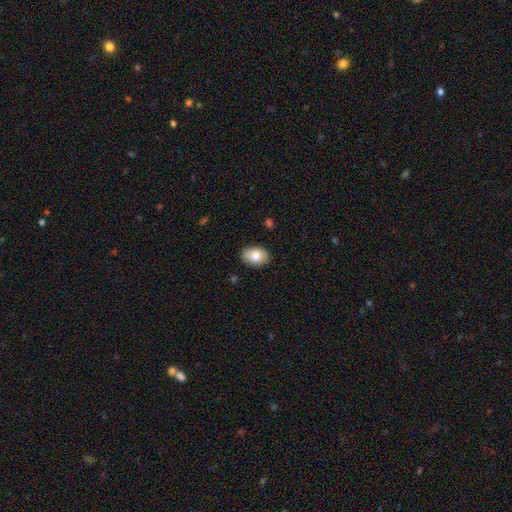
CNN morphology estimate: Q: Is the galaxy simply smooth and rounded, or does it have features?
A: smooth — 83%.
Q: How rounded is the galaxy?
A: in between — 85%.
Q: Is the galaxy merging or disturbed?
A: none — 85%.